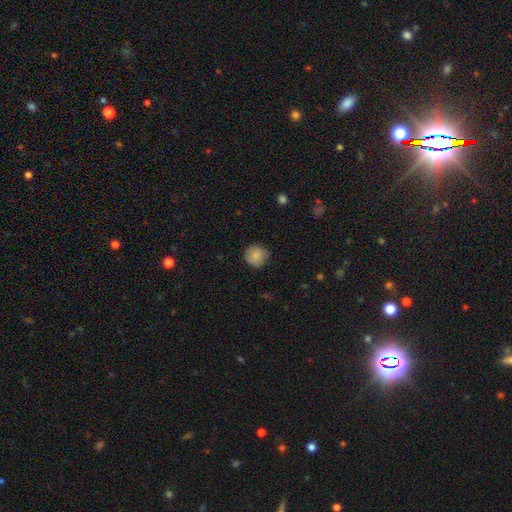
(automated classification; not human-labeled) Overall: smooth (87%). How rounded: round (93%). Merging: none (84%).